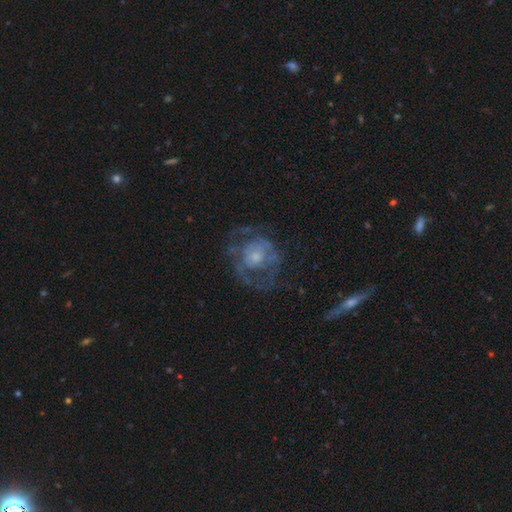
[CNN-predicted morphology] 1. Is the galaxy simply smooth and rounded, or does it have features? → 67% featured or disk, 25% smooth, 9% star or artifact.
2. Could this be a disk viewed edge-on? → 97% no, 3% yes.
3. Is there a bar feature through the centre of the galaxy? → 81% no, 16% weak, 3% strong.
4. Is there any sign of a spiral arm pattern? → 54% yes, 46% no.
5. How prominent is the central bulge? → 43% moderate, 37% small, 9% large, 8% none, 2% dominant.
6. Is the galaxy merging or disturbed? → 53% none, 27% major disturbance, 18% minor disturbance, 2% merger.